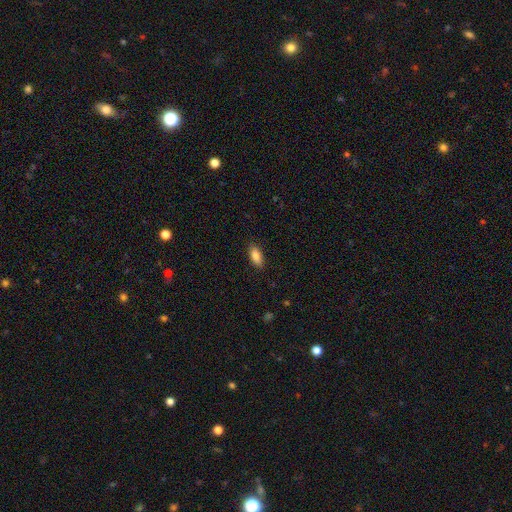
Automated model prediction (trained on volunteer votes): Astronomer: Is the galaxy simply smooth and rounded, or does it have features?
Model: smooth — 84%.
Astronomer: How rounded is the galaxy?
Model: in between — 81%.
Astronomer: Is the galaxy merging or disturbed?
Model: none — 87%.